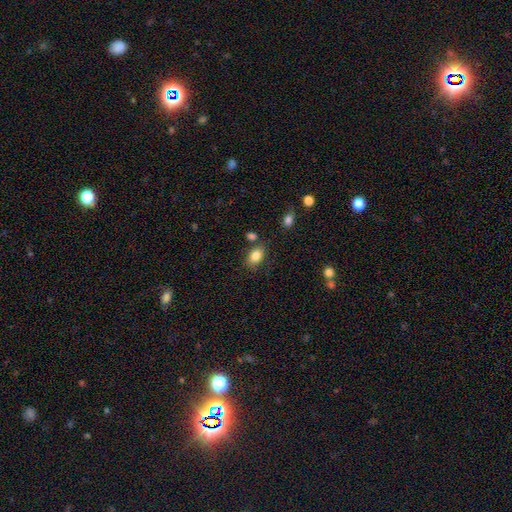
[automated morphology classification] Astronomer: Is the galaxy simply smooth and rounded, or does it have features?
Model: smooth — 85%.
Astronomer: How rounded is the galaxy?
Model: in between — 82%.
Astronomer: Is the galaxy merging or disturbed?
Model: none — 74%.